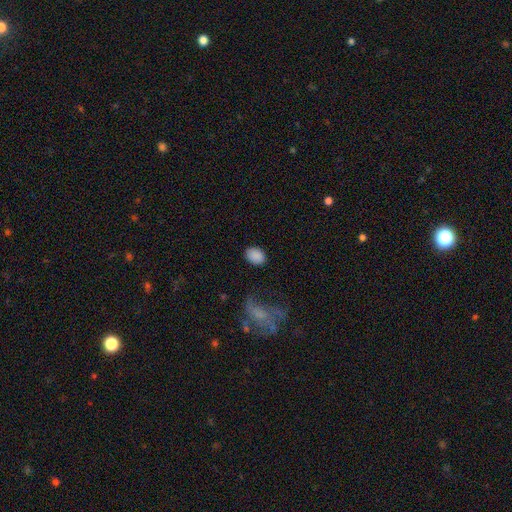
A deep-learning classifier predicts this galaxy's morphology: Q: Smooth or featured?
A: smooth (86%); runner-up: star or artifact (8%)
Q: How rounded?
A: in between (72%); runner-up: round (27%)
Q: Merging?
A: none (80%); runner-up: minor disturbance (13%)